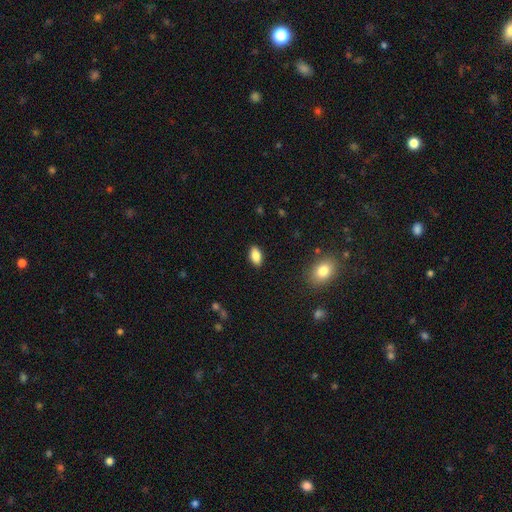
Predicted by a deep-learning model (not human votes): smooth_or_featured: smooth (p=0.85) [alt: star or artifact p=0.08]
how_rounded: in between (p=0.91) [alt: round p=0.05]
merging: none (p=0.89) [alt: minor disturbance p=0.08]